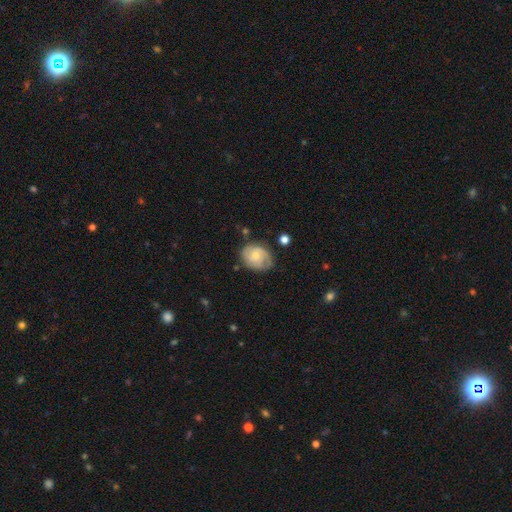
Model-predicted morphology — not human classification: This appears to be a featured or disk galaxy (58%) with no bar (69%), spiral arms (86%) and a small central bulge (58%). Merging: none (67%).